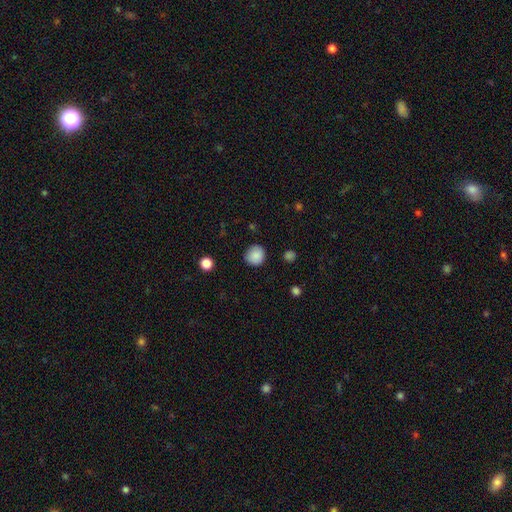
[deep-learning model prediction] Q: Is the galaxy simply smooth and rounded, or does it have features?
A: smooth — 87%.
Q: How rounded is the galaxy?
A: round — 89%.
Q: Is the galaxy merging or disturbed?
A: none — 85%.